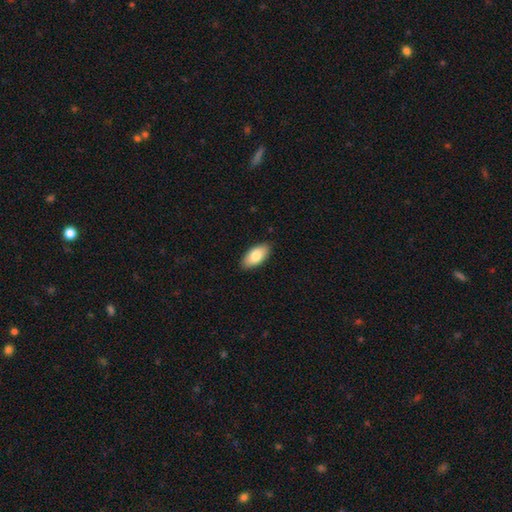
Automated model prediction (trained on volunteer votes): Smooth or featured?
  - smooth: 82% *
  - featured or disk: 12%
  - star or artifact: 6%
How rounded?
  - in between: 92% *
  - cigar-shaped: 6%
  - round: 2%
Merging?
  - none: 88% *
  - minor disturbance: 9%
  - major disturbance: 2%
  - merger: 1%